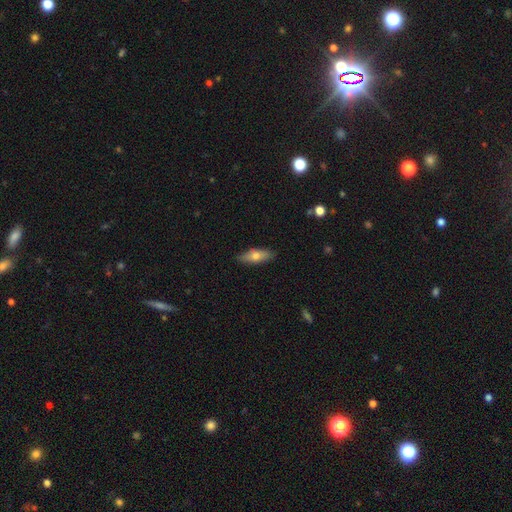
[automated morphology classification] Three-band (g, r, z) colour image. It shows a smooth galaxy with no disk features (66%) that is in between round and cigar-shaped (64%). Merging: none (86%).